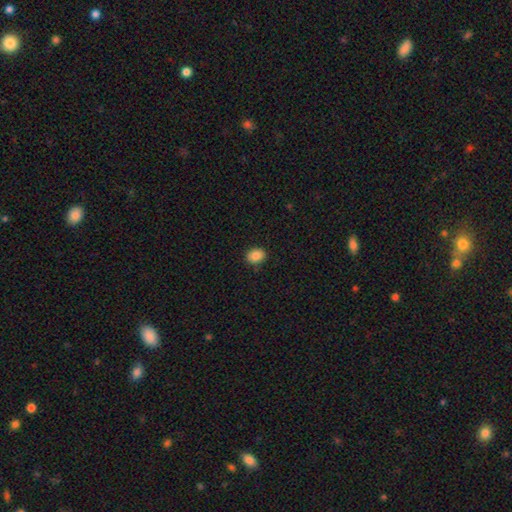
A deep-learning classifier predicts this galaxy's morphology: This is clearly a smooth galaxy (85%). How rounded: possibly round (51%). Merging: clearly none (89%).